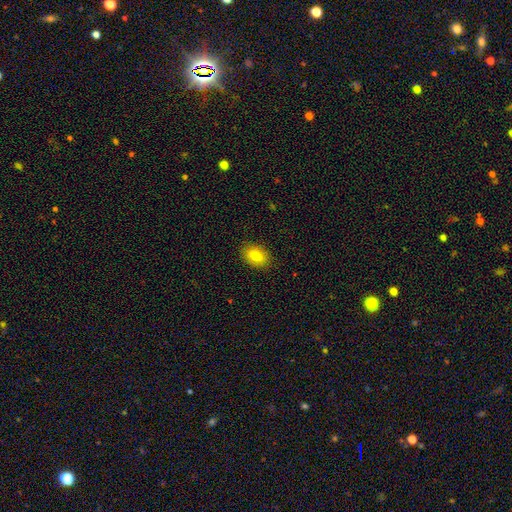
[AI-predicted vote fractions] smooth 80%, featured or disk 12%, star or artifact 8%. Down the decision tree: how rounded — in between (83%); merging — none (88%).